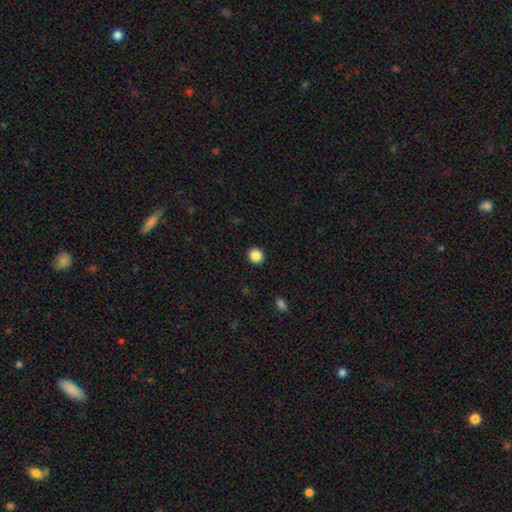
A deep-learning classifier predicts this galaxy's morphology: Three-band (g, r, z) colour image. It shows a smooth galaxy with no disk features (87%) that is round (92%). Merging: none (93%).